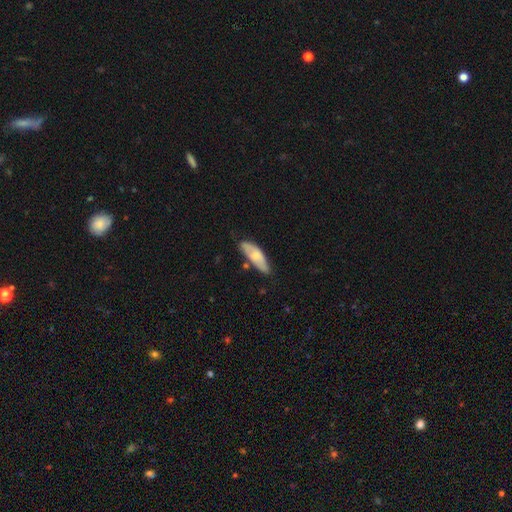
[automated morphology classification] Q: Smooth or featured?
A: smooth (64%); runner-up: featured or disk (30%)
Q: How rounded?
A: in between (67%); runner-up: cigar-shaped (31%)
Q: Merging?
A: none (65%); runner-up: minor disturbance (26%)